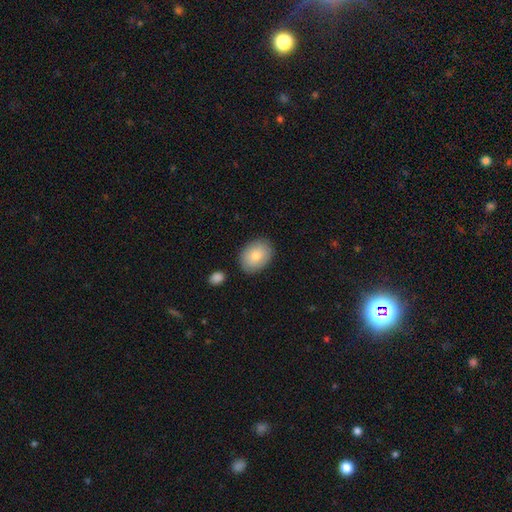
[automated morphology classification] Smooth or featured?
  - smooth: 80% *
  - featured or disk: 13%
  - star or artifact: 7%
How rounded?
  - in between: 69% *
  - round: 30%
  - cigar-shaped: 1%
Merging?
  - none: 85% *
  - minor disturbance: 11%
  - major disturbance: 2%
  - merger: 2%